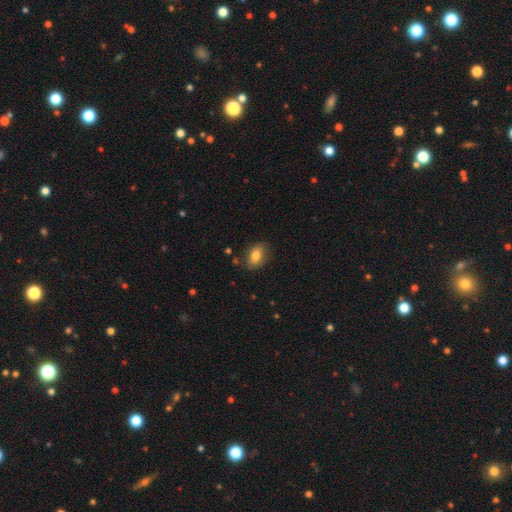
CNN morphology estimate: smooth-or-featured: smooth: 77% | featured or disk: 15% | star or artifact: 8%
  how-rounded: in between: 83% | round: 15% | cigar-shaped: 3%
  merging: none: 79% | minor disturbance: 15% | major disturbance: 4% | merger: 2%